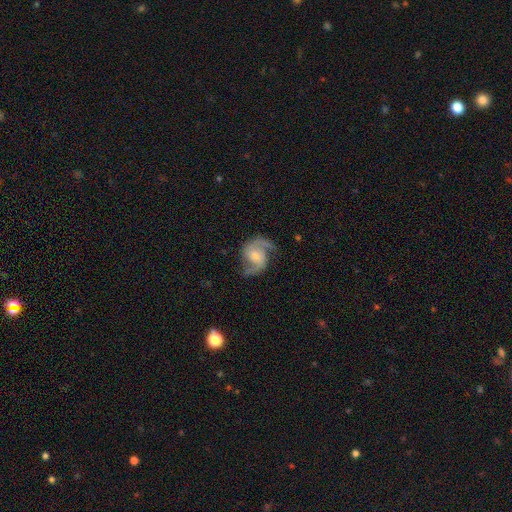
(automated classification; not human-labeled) Morphology: type=featured or disk (87%); edge-on=no (98%); bar=no (54%); spiral arms=yes (97%); winding=medium (49%); arm count=2 (93%); bulge=small (46%); merging=none (74%).